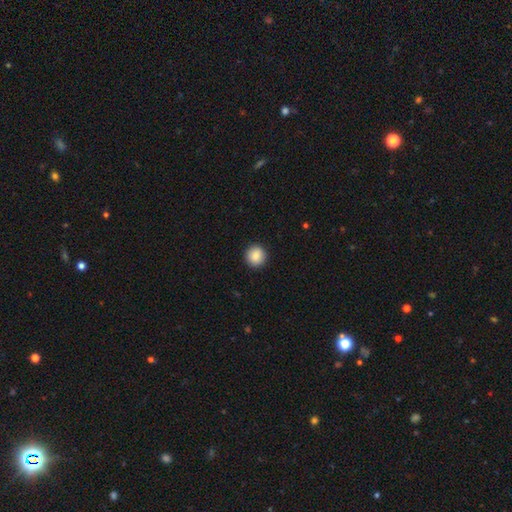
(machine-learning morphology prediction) A smooth galaxy with no disk features (88%) that is round (94%). Merging: none (93%).